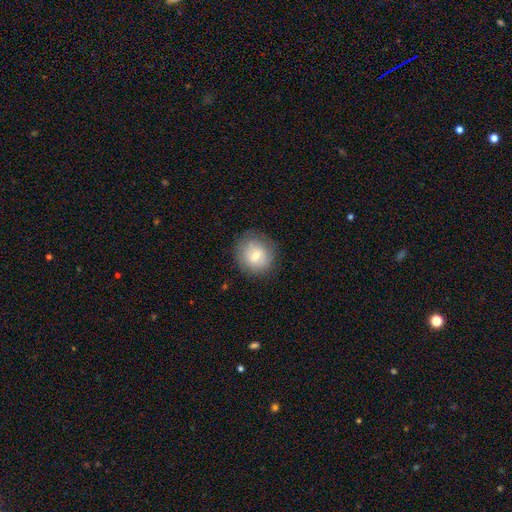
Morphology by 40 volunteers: Overall: smooth (62%; featured or disk 32%). How rounded: round (92%). Merging: none (84%).